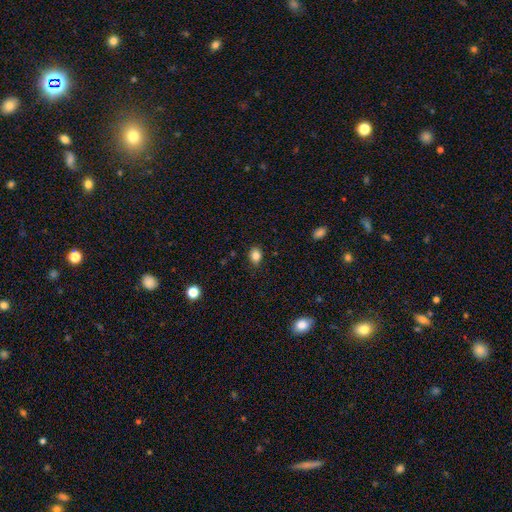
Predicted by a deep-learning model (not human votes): Smooth or featured? Predicted: smooth (p=0.84). How rounded? Predicted: in between (p=0.58). Merging? Predicted: none (p=0.84).